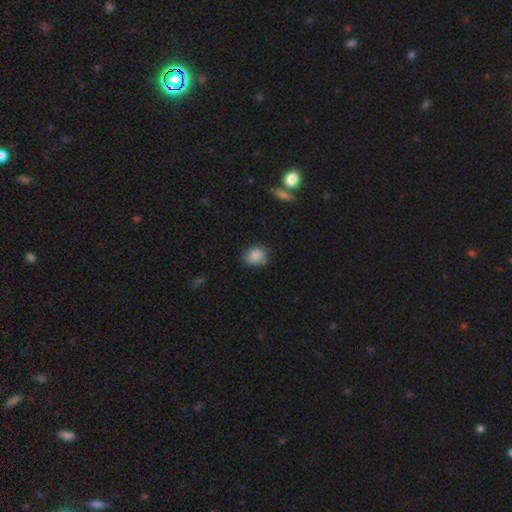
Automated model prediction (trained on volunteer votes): This is clearly a smooth galaxy (86%). How rounded: possibly in between (51%). Merging: likely none (74%).